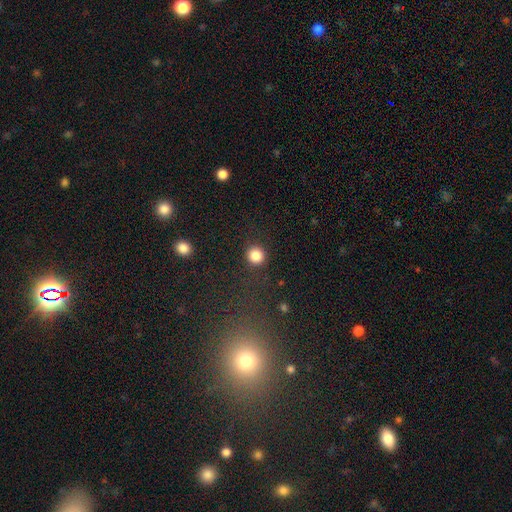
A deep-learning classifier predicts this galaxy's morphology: This appears to be a smooth galaxy with no disk features (85%) that is round (92%). Merging: none (89%).